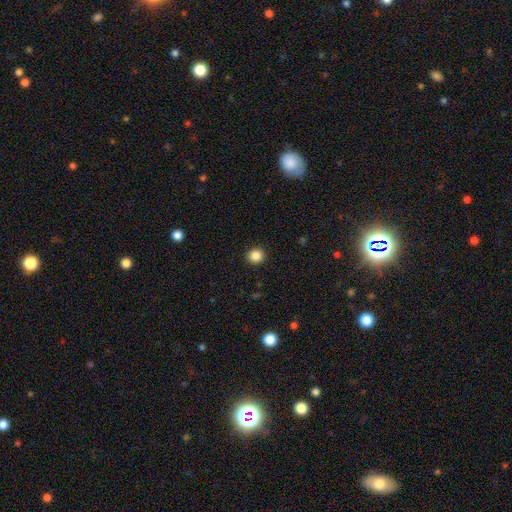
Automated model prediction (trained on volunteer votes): Morphology: type=smooth (86%); roundness=round (91%); merging=none (93%).